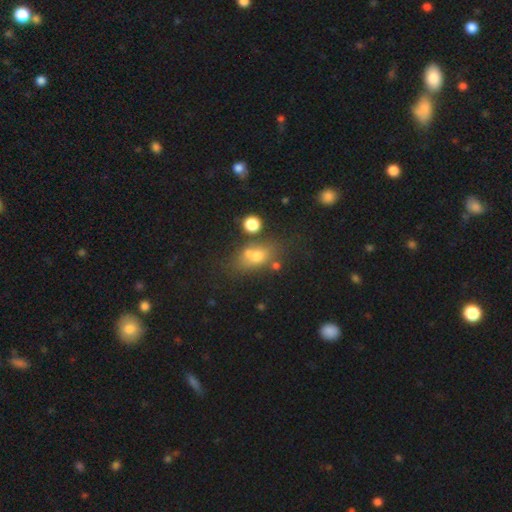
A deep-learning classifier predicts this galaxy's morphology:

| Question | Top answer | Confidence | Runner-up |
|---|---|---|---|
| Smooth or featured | smooth | 61% | featured or disk (21%) |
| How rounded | in between | 65% | round (29%) |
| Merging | none | 45% | merger (29%) |